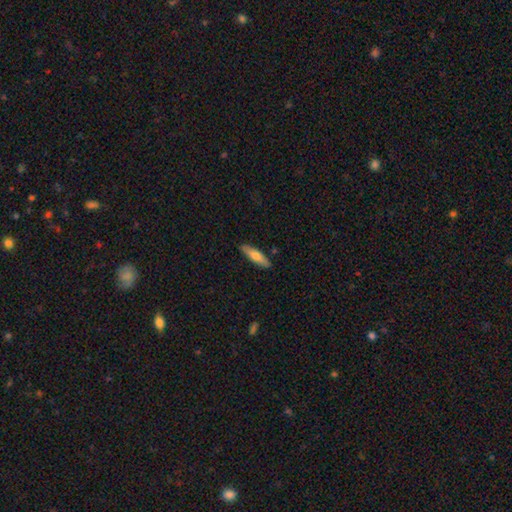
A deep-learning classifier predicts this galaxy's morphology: Smooth or featured? Predicted: smooth (p=0.68). How rounded? Predicted: cigar-shaped (p=0.70). Merging? Predicted: none (p=0.89).